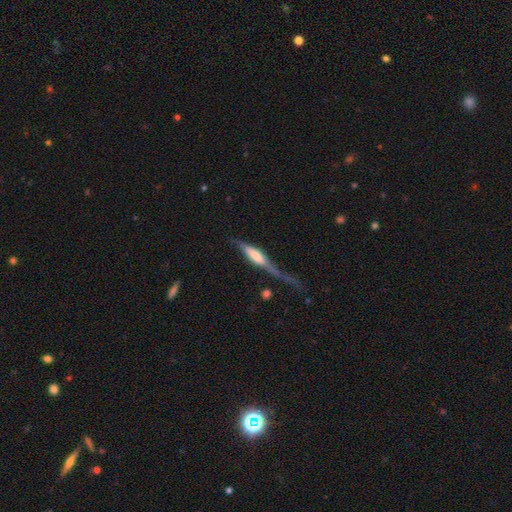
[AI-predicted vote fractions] Smooth or featured? Predicted: featured or disk (p=0.55). Edge-on disk? Predicted: yes (p=0.81). Merging? Predicted: major disturbance (p=0.41).